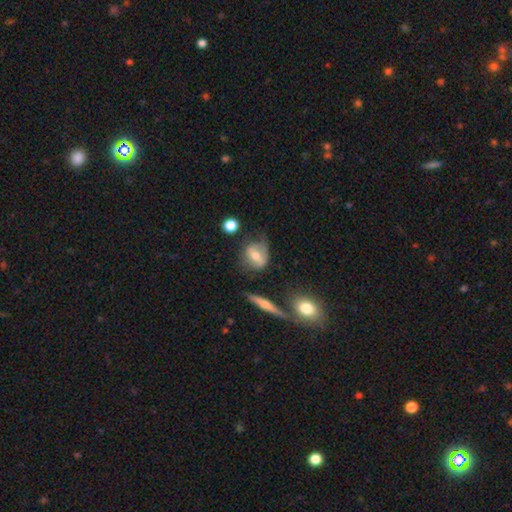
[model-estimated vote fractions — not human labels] Smooth or featured: smooth — 56% (featured or disk — 35%)
How rounded: round — 49% (in between — 48%)
Merging: none — 55% (minor disturbance — 28%)